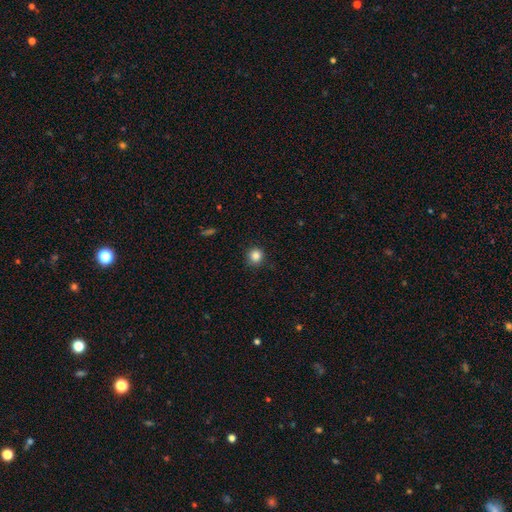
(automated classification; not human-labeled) smooth_or_featured: smooth (p=0.85) [alt: star or artifact p=0.11]
how_rounded: round (p=0.92) [alt: in between p=0.07]
merging: none (p=0.89) [alt: minor disturbance p=0.08]